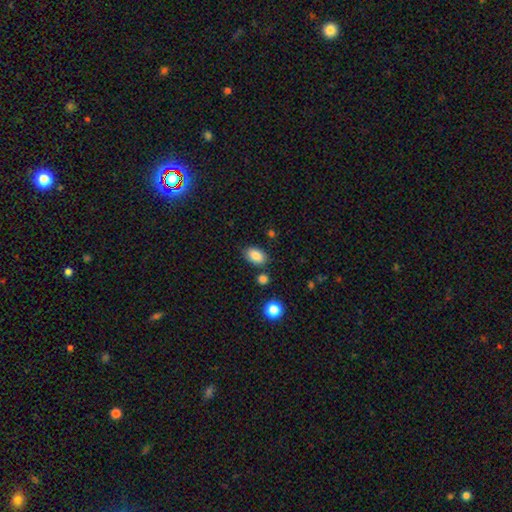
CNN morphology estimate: A smooth galaxy with no disk features (86%) that is in between round and cigar-shaped (88%). Merging: none (80%).